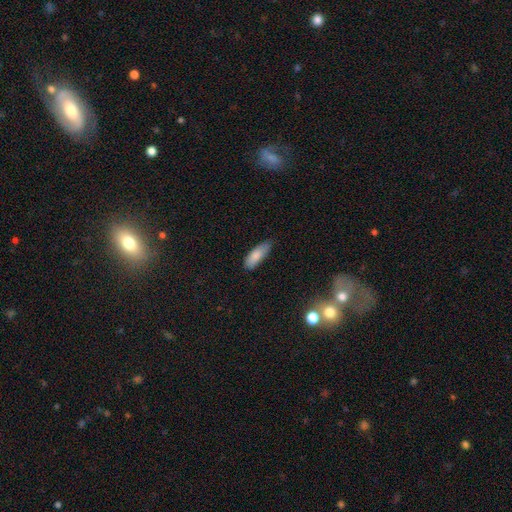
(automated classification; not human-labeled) This is clearly a smooth galaxy (84%). How rounded: likely in between (65%). Merging: likely none (70%).